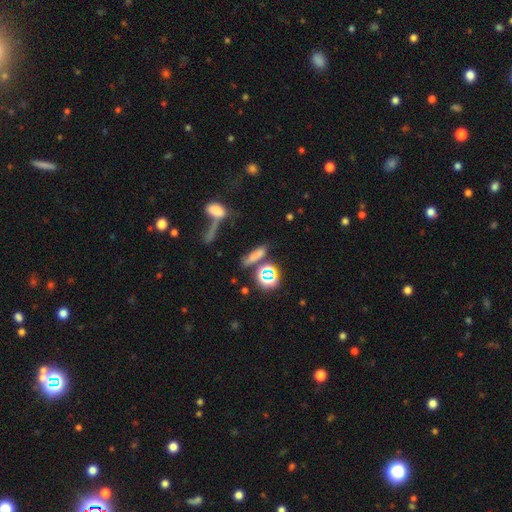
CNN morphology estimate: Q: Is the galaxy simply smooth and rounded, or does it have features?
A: smooth — 61%.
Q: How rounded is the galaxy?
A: cigar-shaped — 53%.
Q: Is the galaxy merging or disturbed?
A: none — 61%.